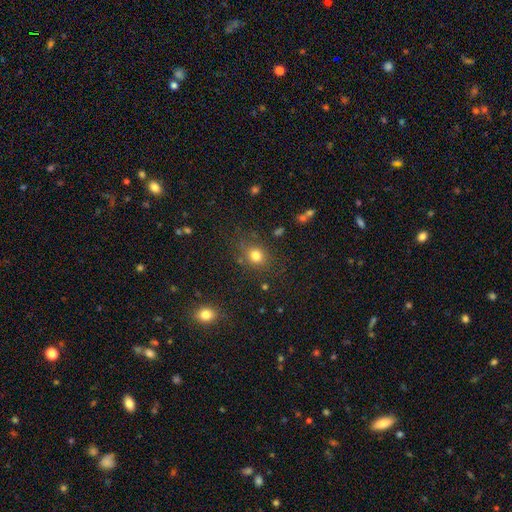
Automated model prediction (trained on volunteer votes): Smooth or featured? smooth (77%)
How rounded? round (72%)
Merging? none (77%)